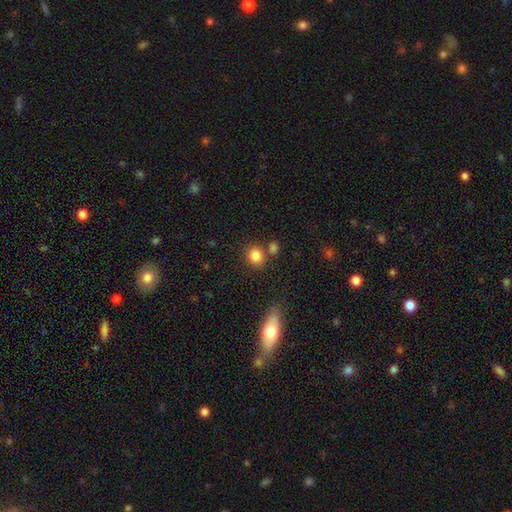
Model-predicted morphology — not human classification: A smooth galaxy with no disk features (84%) that is round (73%). Merging: none (71%).